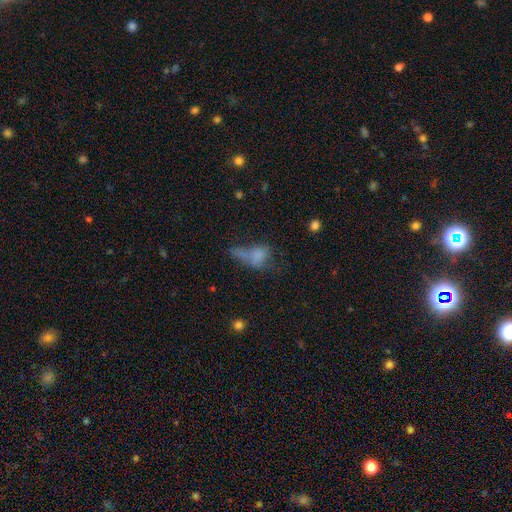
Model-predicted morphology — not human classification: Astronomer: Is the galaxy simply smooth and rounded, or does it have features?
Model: smooth — 60%.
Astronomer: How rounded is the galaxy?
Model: in between — 69%.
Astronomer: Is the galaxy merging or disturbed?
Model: major disturbance — 33% (runner-up: merger, 27%).